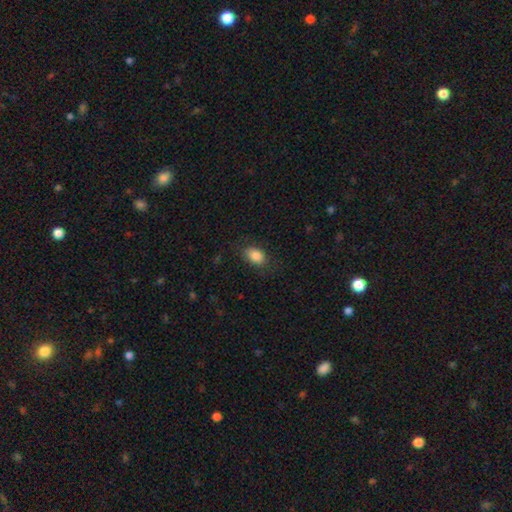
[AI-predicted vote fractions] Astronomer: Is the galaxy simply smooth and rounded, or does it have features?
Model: smooth — 85%.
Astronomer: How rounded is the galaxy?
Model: in between — 80%.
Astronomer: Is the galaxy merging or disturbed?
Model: none — 79%.